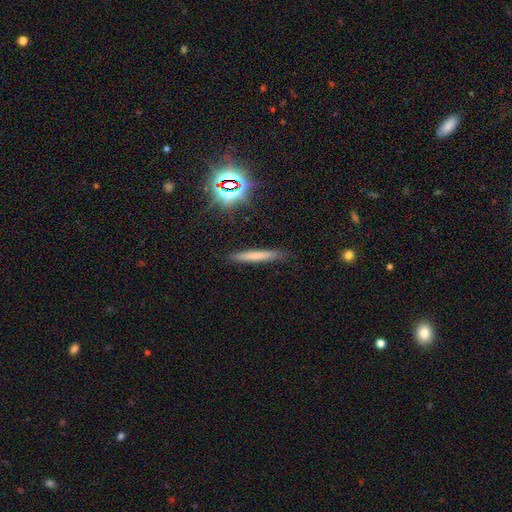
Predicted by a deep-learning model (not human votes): A smooth galaxy with no disk features (64%) that is cigar-shaped (94%).

Vote fractions:
- Smooth or featured? smooth: 64% / featured or disk: 23% / star or artifact: 14%
- How rounded? cigar-shaped: 94% / in between: 4% / round: 2%
- Merging? none: 87% / minor disturbance: 9% / major disturbance: 2% / merger: 2%